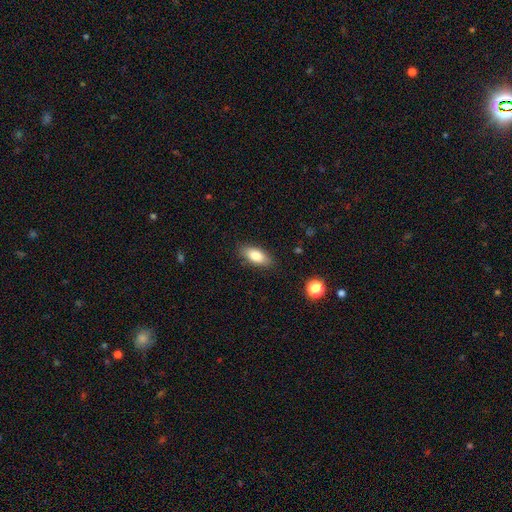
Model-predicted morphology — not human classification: This appears to be a smooth galaxy with no disk features (81%) that is in between round and cigar-shaped (83%). Merging: none (86%).